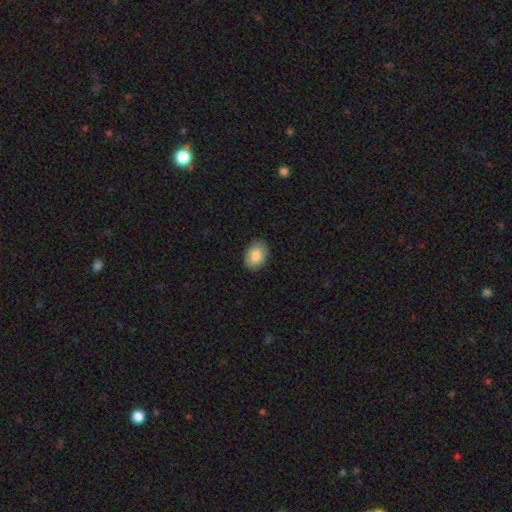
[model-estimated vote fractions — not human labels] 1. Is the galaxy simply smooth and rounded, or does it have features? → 85% smooth, 8% featured or disk, 7% star or artifact.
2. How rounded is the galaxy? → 82% in between, 17% round, 1% cigar-shaped.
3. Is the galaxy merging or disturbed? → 88% none, 9% minor disturbance, 2% major disturbance, 1% merger.